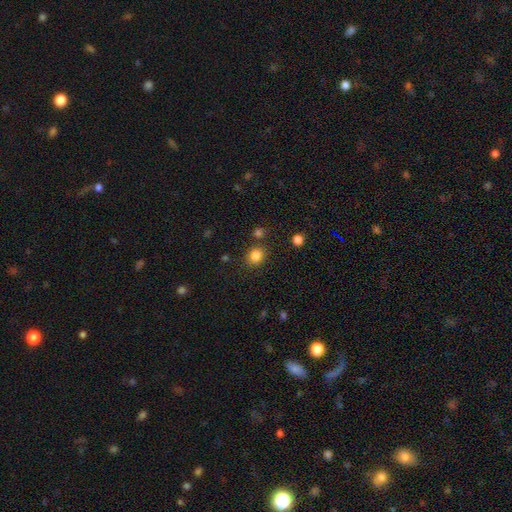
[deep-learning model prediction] A smooth galaxy with no disk features (83%) that is round (71%). Merging: none (79%).